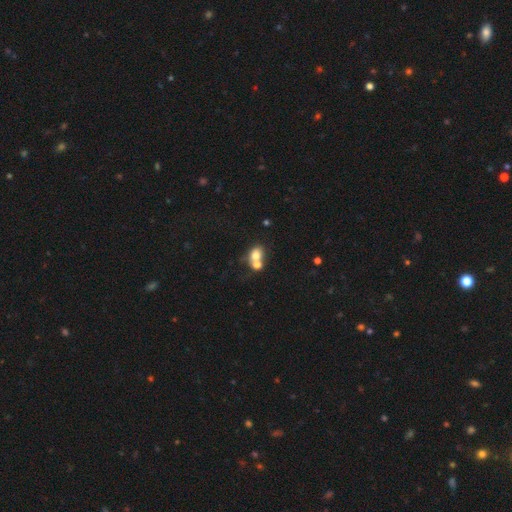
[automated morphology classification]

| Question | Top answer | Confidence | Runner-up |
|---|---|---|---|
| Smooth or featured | smooth | 74% | featured or disk (15%) |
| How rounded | round | 55% | in between (44%) |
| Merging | merger | 56% | none (31%) |